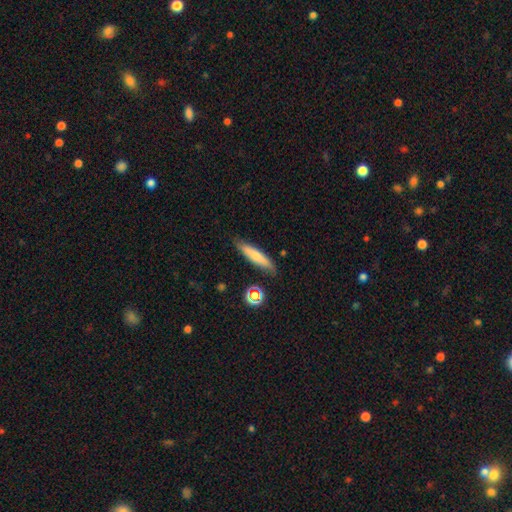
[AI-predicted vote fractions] Smooth or featured? smooth (71%)
How rounded? cigar-shaped (83%)
Merging? none (83%)